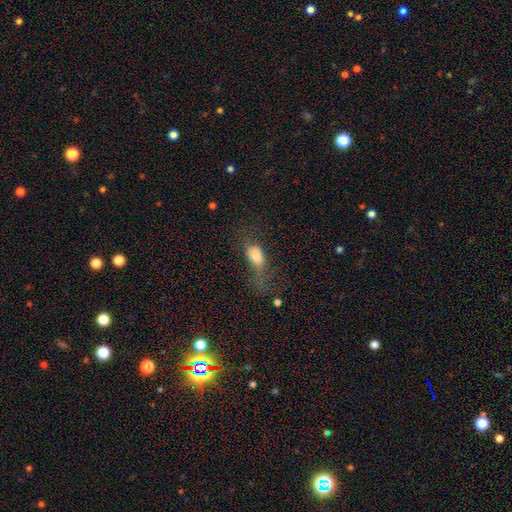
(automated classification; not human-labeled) smooth-or-featured: smooth: 72% | featured or disk: 17% | star or artifact: 11%
  how-rounded: in between: 83% | round: 12% | cigar-shaped: 5%
  merging: major disturbance: 52% | none: 22% | minor disturbance: 20% | merger: 5%